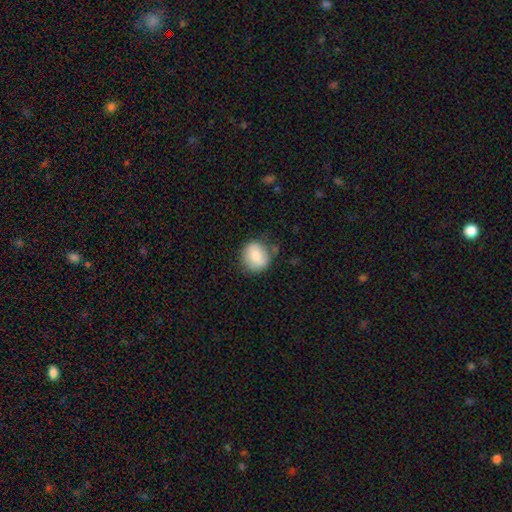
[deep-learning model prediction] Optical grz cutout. It shows a smooth galaxy with no disk features (78%) that is round (82%). Merging: none (76%).